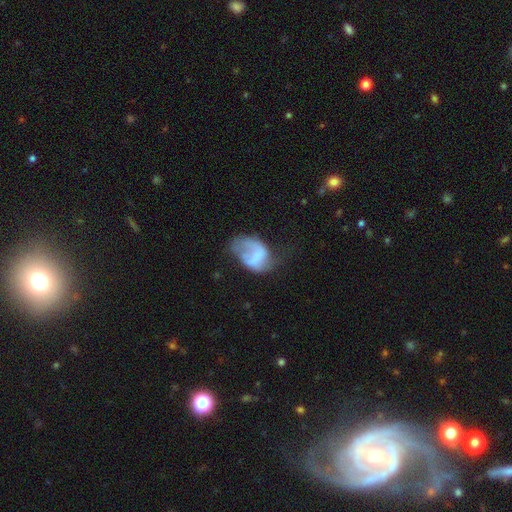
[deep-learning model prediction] A smooth galaxy with no disk features (46%).

Vote fractions:
- Smooth or featured? smooth: 46% / featured or disk: 45% / star or artifact: 9%
- Merging? major disturbance: 43% / minor disturbance: 26% / none: 26% / merger: 5%